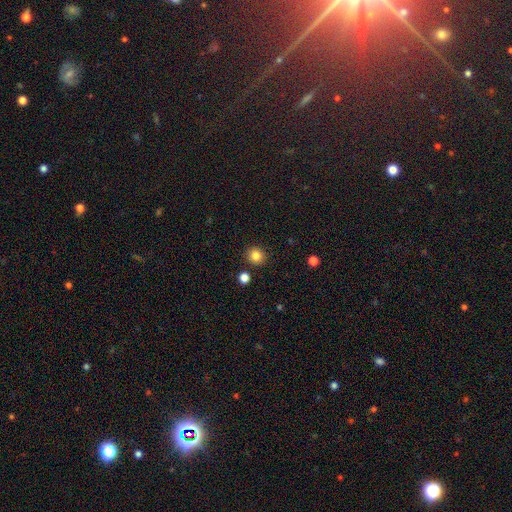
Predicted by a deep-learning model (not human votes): Smooth or featured? smooth (85%)
How rounded? round (89%)
Merging? none (89%)